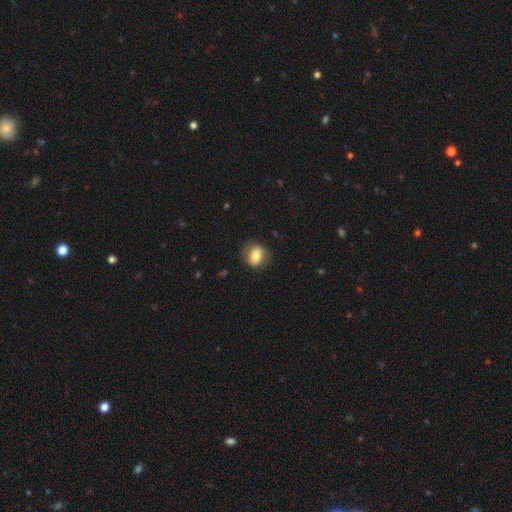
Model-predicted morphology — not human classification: Overall: smooth (71%). How rounded: in between (53%; round 45%). Merging: none (76%).